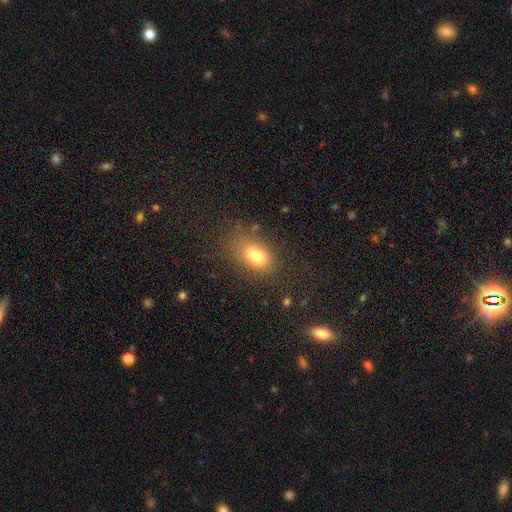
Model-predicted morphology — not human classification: This appears to be a smooth galaxy with no disk features (79%) that is in between round and cigar-shaped (87%). Merging: none (72%).